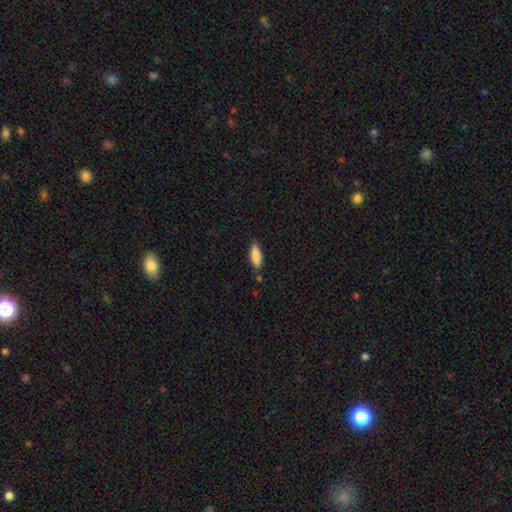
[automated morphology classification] A smooth galaxy with no disk features (86%) that is in between round and cigar-shaped (67%). Merging: none (78%).